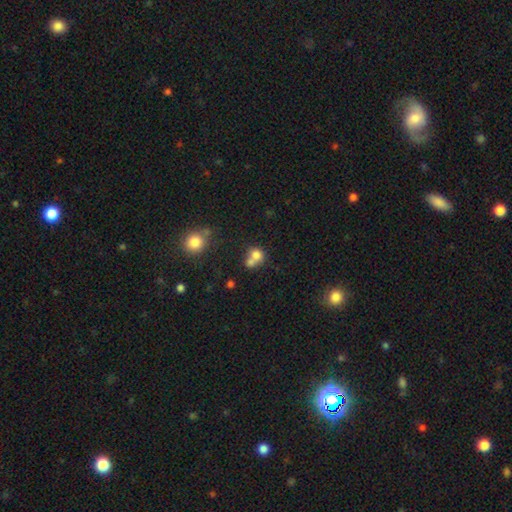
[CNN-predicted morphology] smooth-or-featured: smooth: 75% | featured or disk: 14% | star or artifact: 11%
  how-rounded: round: 72% | in between: 27% | cigar-shaped: 1%
  merging: merger: 55% | none: 32% | minor disturbance: 8% | major disturbance: 5%